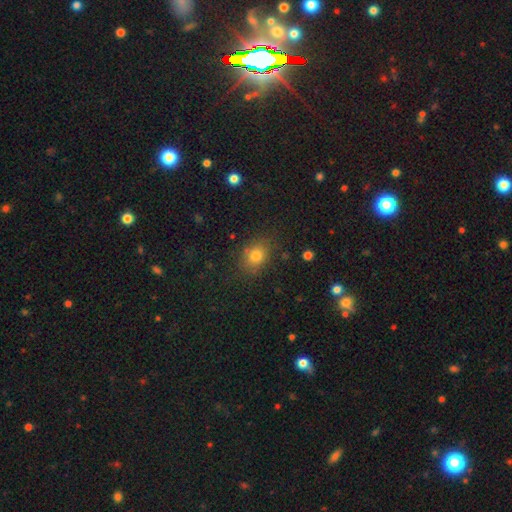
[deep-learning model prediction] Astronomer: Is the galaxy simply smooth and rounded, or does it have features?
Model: smooth — 78%.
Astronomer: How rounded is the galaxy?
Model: in between — 53% (runner-up: round, 46%).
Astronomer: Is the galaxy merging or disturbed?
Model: none — 78%.